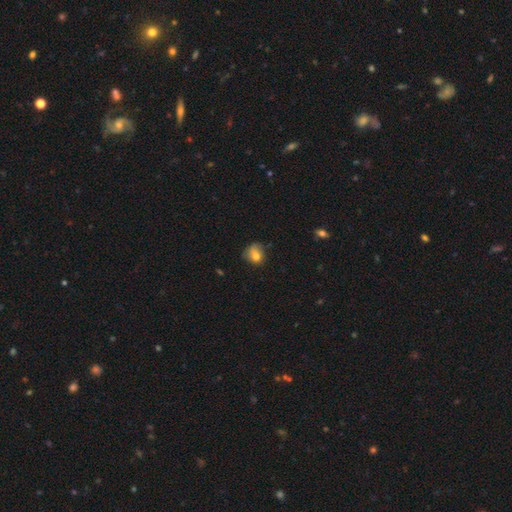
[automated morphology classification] This is likely a smooth galaxy (73%). How rounded: likely round (64%). Merging: possibly none (46%).